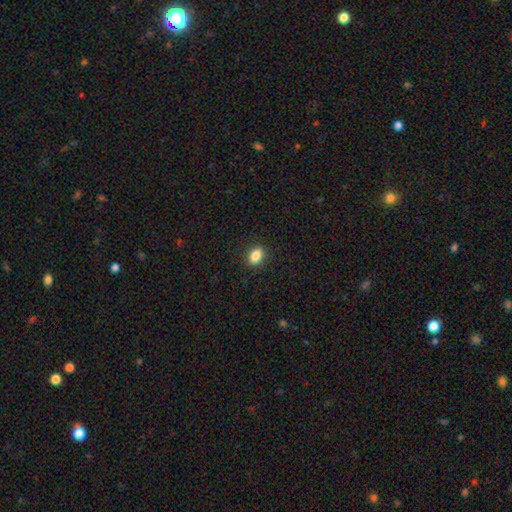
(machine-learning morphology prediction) smooth_or_featured: smooth (p=0.86) [alt: star or artifact p=0.09]
how_rounded: in between (p=0.74) [alt: round p=0.24]
merging: none (p=0.90) [alt: minor disturbance p=0.07]